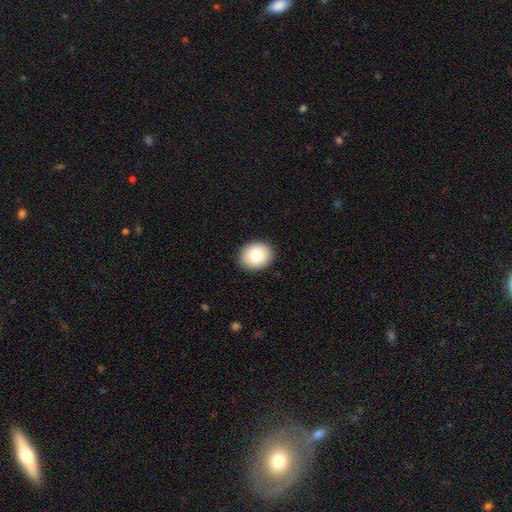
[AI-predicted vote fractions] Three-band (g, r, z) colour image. It shows a smooth galaxy with no disk features (83%) that is round (59%). Merging: none (90%).